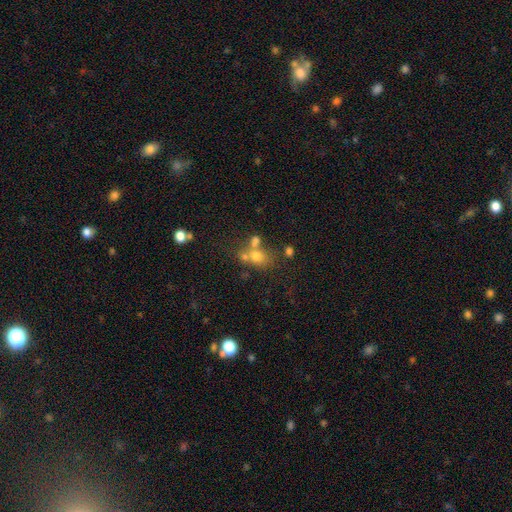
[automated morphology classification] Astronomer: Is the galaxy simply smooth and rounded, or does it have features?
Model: smooth — 61%.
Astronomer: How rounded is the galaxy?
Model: round — 66%.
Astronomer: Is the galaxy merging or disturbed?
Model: none — 42% (runner-up: merger, 41%).